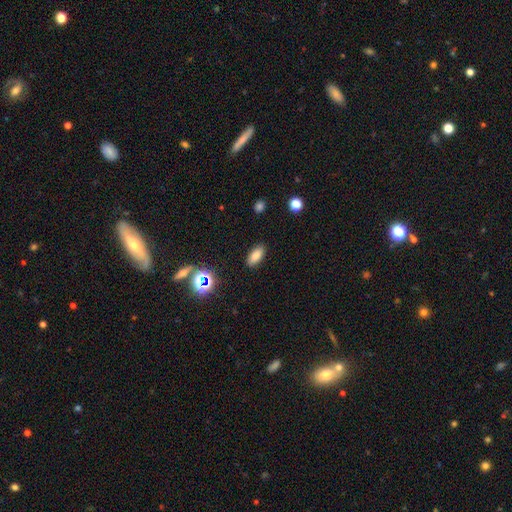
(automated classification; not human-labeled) This appears to be a smooth galaxy with no disk features (80%) that is in between round and cigar-shaped (86%). Merging: none (88%).